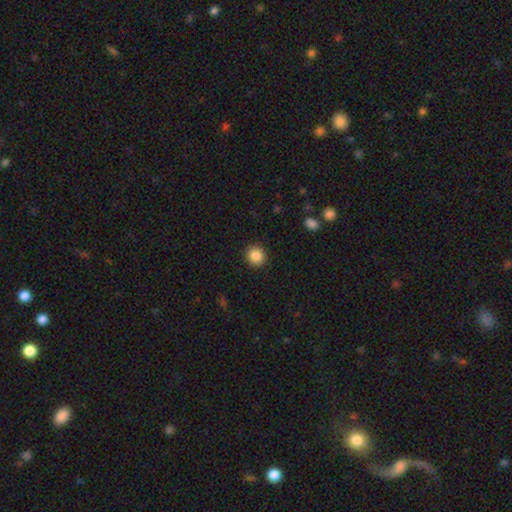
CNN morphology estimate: A smooth galaxy with no disk features (86%) that is round (91%).

Vote fractions:
- Smooth or featured? smooth: 86% / star or artifact: 9% / featured or disk: 5%
- How rounded? round: 91% / in between: 8% / cigar-shaped: 1%
- Merging? none: 92% / minor disturbance: 5% / major disturbance: 2% / merger: 1%